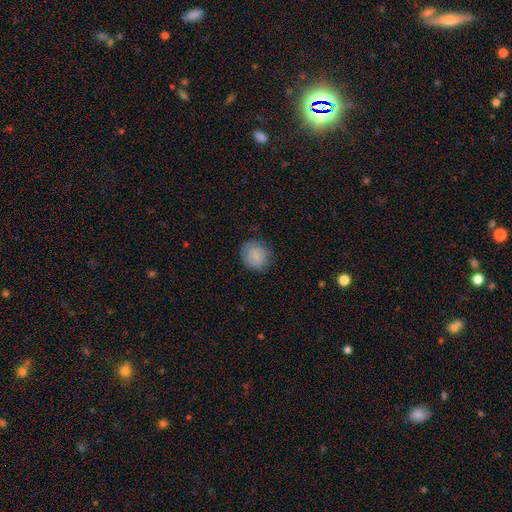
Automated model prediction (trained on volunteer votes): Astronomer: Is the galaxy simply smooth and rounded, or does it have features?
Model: smooth — 81%.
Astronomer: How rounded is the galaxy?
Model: round — 83%.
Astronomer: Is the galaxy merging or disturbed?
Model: none — 79%.